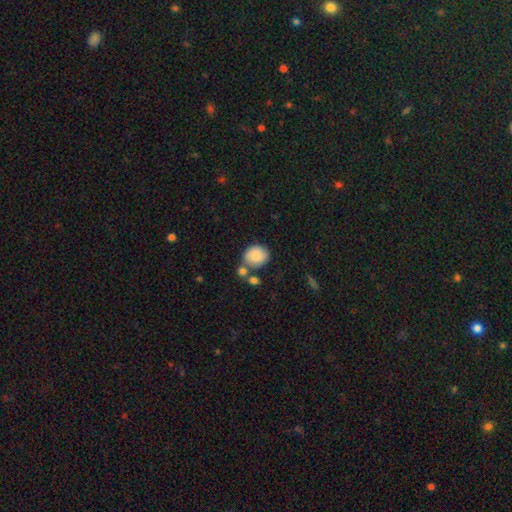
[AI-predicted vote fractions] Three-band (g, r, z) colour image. It shows a smooth galaxy with no disk features (83%) that is round (69%). Merging: none (62%).